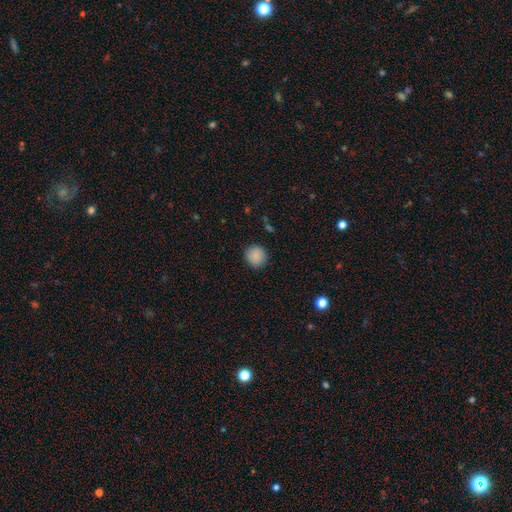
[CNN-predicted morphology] Smooth or featured?
  - smooth: 88% *
  - star or artifact: 8%
  - featured or disk: 4%
How rounded?
  - round: 91% *
  - in between: 8%
  - cigar-shaped: 1%
Merging?
  - none: 88% *
  - minor disturbance: 8%
  - major disturbance: 2%
  - merger: 1%